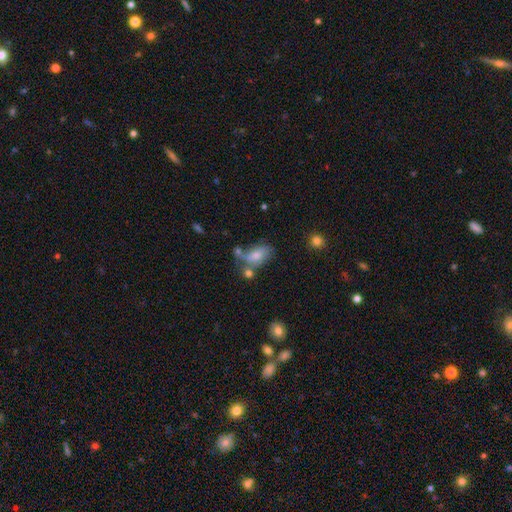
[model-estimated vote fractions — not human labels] A smooth galaxy with no disk features (71%) that is in between round and cigar-shaped (89%). Merging: none (42%).